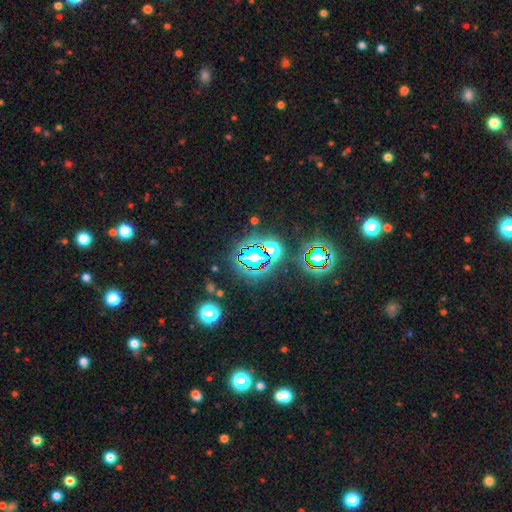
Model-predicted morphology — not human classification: smooth_or_featured: star or artifact (p=0.76) [alt: smooth p=0.15]